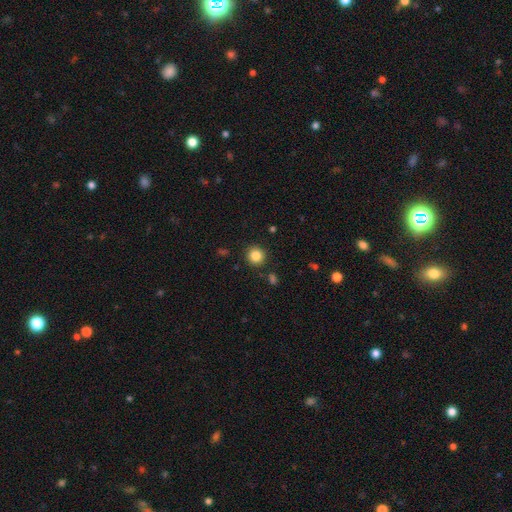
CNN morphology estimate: This appears to be a smooth galaxy with no disk features (84%) that is round (93%). Merging: none (90%).